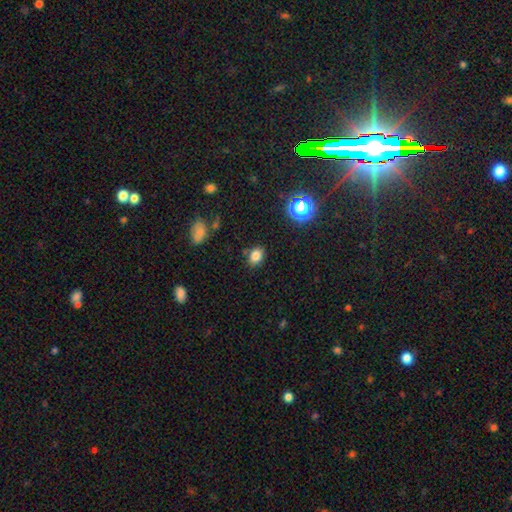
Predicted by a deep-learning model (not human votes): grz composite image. It shows a smooth galaxy with no disk features (80%) that is in between round and cigar-shaped (62%). Merging: none (82%).